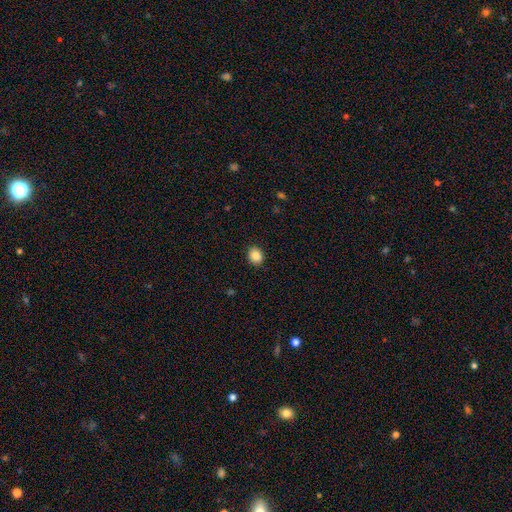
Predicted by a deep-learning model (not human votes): smooth_or_featured: smooth (p=0.88) [alt: star or artifact p=0.09]
how_rounded: round (p=0.56) [alt: in between p=0.43]
merging: none (p=0.90) [alt: minor disturbance p=0.07]